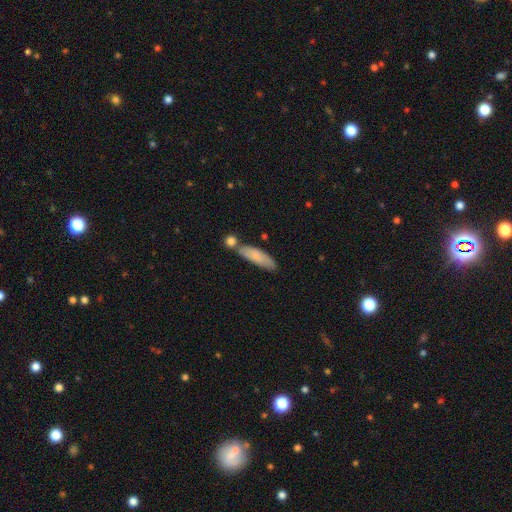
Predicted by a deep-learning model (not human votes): This appears to be a smooth galaxy with no disk features (77%) that is cigar-shaped (62%). Merging: none (59%).